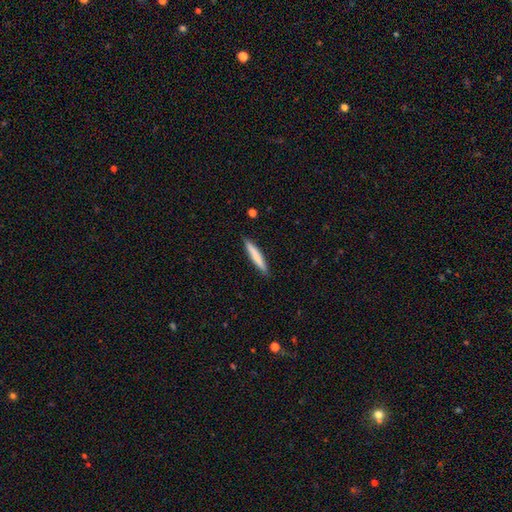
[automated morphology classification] smooth 73%, featured or disk 21%, star or artifact 5%. Down the decision tree: how rounded — cigar-shaped (94%); merging — none (90%).